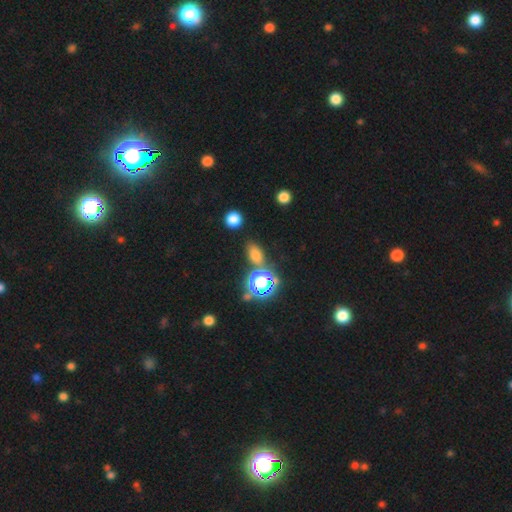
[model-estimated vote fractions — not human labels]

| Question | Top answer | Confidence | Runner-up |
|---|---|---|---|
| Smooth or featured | smooth | 63% | star or artifact (29%) |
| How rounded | in between | 76% | round (20%) |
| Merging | none | 73% | minor disturbance (13%) |